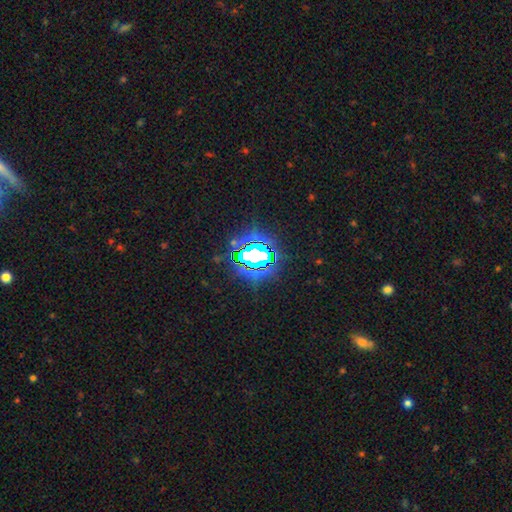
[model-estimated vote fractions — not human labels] Morphology: type=star or artifact (76%).